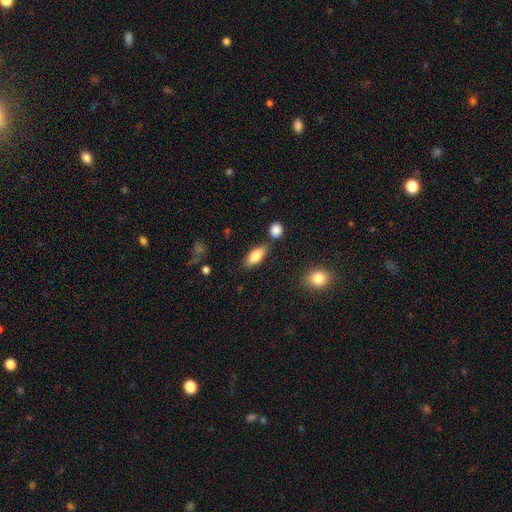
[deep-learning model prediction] Smooth or featured: smooth — 76% (featured or disk — 17%)
How rounded: in between — 80% (cigar-shaped — 16%)
Merging: none — 77% (minor disturbance — 12%)